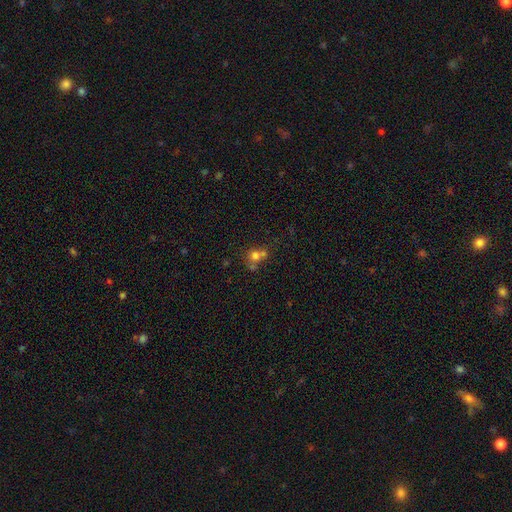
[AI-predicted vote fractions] A smooth galaxy with no disk features (69%) that is round (81%). Merging: merger (46%).